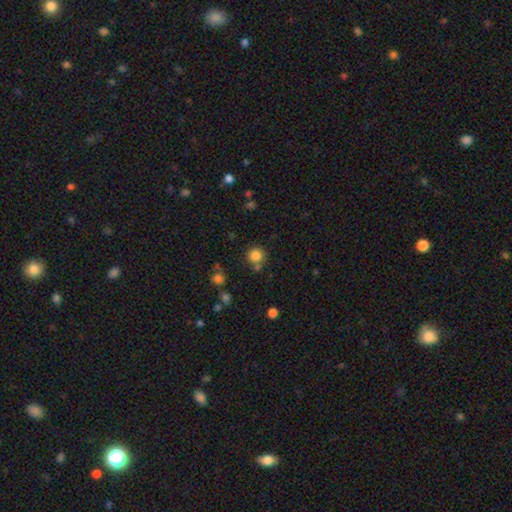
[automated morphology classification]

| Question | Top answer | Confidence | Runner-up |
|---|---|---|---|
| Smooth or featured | smooth | 83% | star or artifact (12%) |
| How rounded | round | 92% | in between (7%) |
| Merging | none | 76% | merger (11%) |